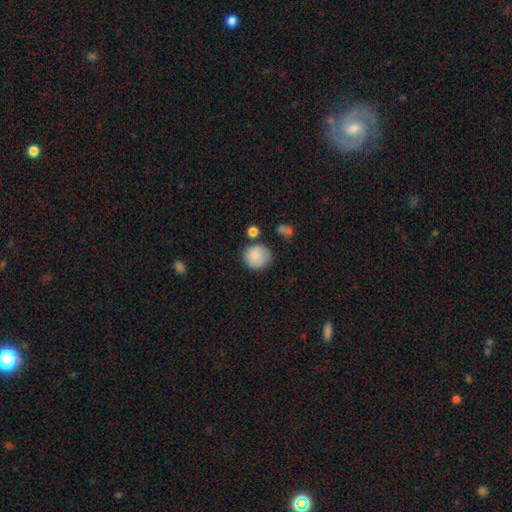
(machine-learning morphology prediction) Overall: smooth (86%). How rounded: round (90%). Merging: none (70%).